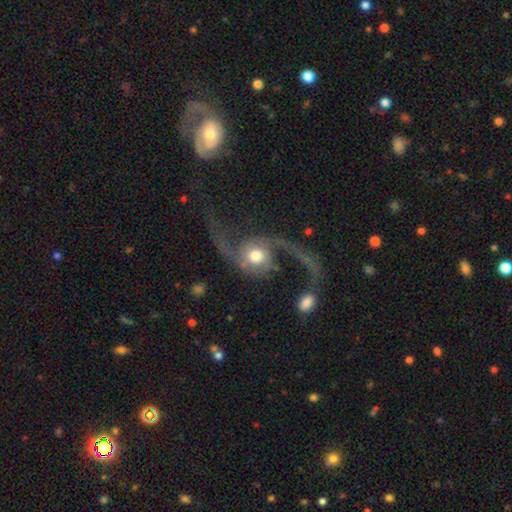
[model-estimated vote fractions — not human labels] The model was most divided on "merging": none: 46%, major disturbance: 31%, minor disturbance: 15%, merger: 8%. More confident: edge-on disk — no (96%); spiral arms — yes (95%); spiral arm count — 2 (93%); spiral winding — loose (87%); smooth or featured — featured or disk (84%); bar — no (68%); bulge size — moderate (57%).